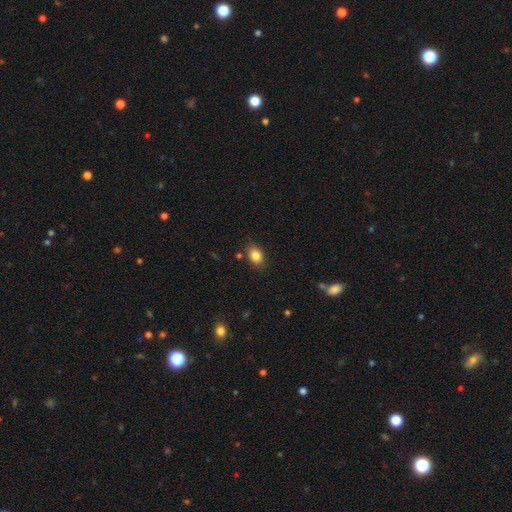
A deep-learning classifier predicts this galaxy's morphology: Smooth or featured?
  - smooth: 84% *
  - star or artifact: 9%
  - featured or disk: 7%
How rounded?
  - in between: 75% *
  - round: 24%
  - cigar-shaped: 1%
Merging?
  - none: 83% *
  - minor disturbance: 12%
  - merger: 3%
  - major disturbance: 3%